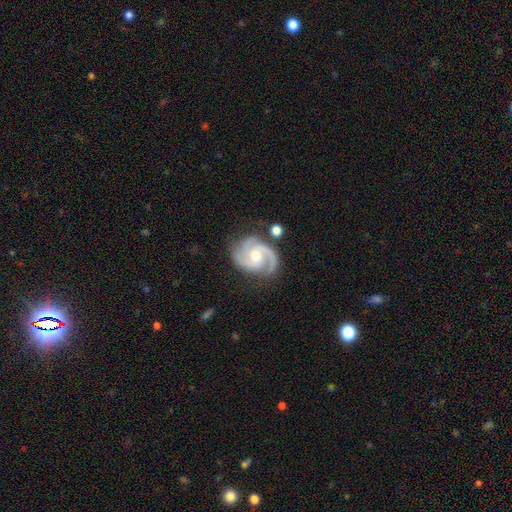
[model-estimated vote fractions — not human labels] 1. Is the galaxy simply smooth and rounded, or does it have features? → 91% featured or disk, 5% smooth, 4% star or artifact.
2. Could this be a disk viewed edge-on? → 98% no, 2% yes.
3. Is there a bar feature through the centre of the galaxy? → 58% no, 35% weak, 7% strong.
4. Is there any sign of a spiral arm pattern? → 98% yes, 2% no.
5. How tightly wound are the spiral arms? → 52% medium, 40% tight, 9% loose.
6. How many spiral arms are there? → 49% 2, 38% 3, 4% can't tell, 3% 1, 3% 4, 2% more than 4.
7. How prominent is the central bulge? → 62% moderate, 31% small, 4% large, 2% none, 1% dominant.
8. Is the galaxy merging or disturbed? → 71% none, 18% minor disturbance, 7% major disturbance, 4% merger.